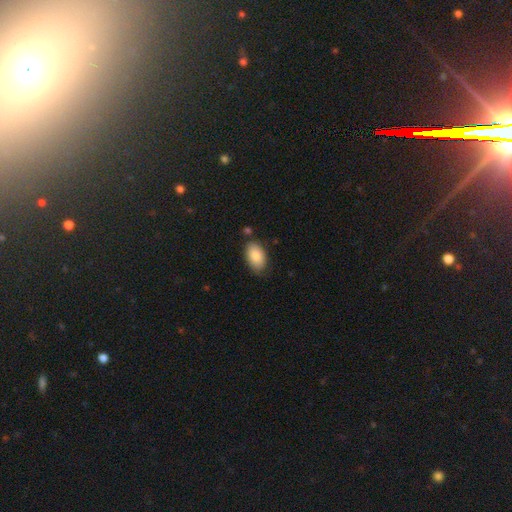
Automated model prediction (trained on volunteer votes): Overall: smooth (86%). How rounded: in between (93%). Merging: none (76%).